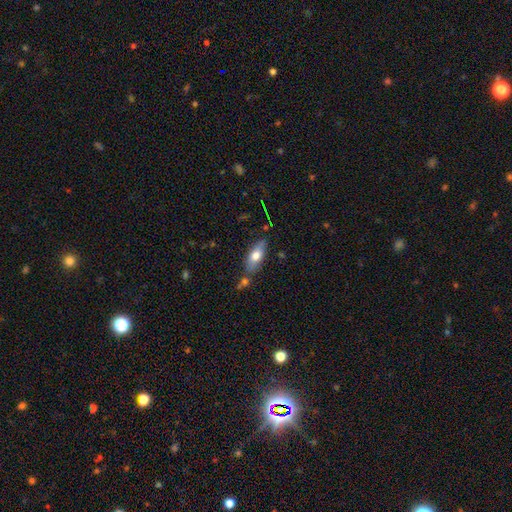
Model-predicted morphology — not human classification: This appears to be a smooth galaxy with no disk features (67%) that is in between round and cigar-shaped (75%). Merging: none (68%).